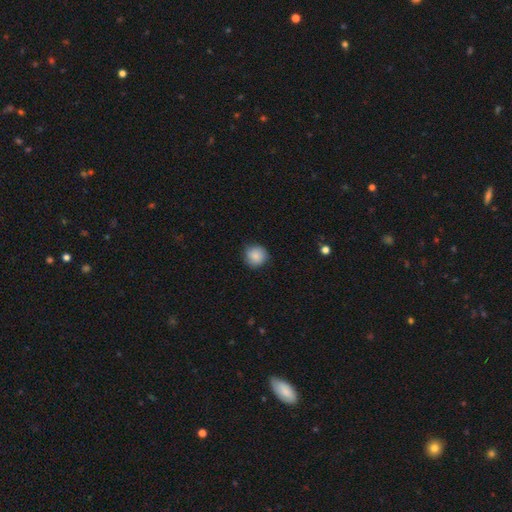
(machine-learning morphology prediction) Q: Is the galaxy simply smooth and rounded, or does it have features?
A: smooth — 87%.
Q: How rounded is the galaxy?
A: round — 92%.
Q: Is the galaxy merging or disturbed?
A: none — 85%.